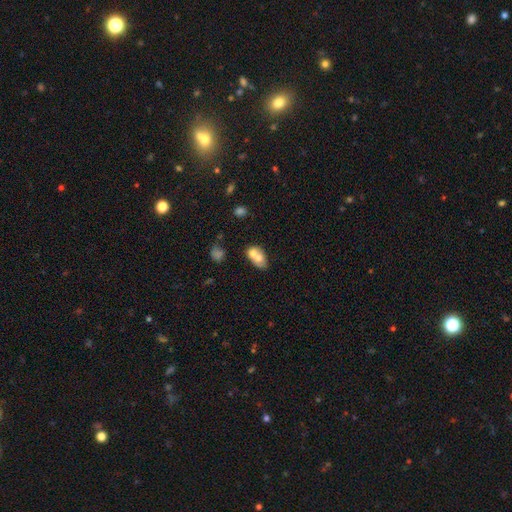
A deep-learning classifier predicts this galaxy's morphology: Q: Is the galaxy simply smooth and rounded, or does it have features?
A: smooth — 65%.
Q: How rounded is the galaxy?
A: in between — 71%.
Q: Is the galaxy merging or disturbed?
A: merger — 66%.